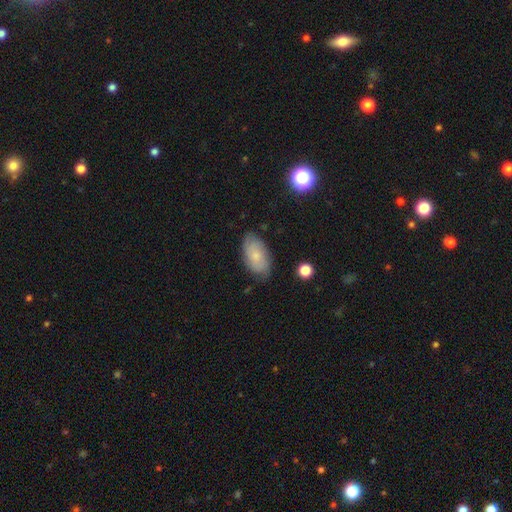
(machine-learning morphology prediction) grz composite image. It shows a smooth galaxy with no disk features (62%) that is in between round and cigar-shaped (93%). Merging: none (76%).